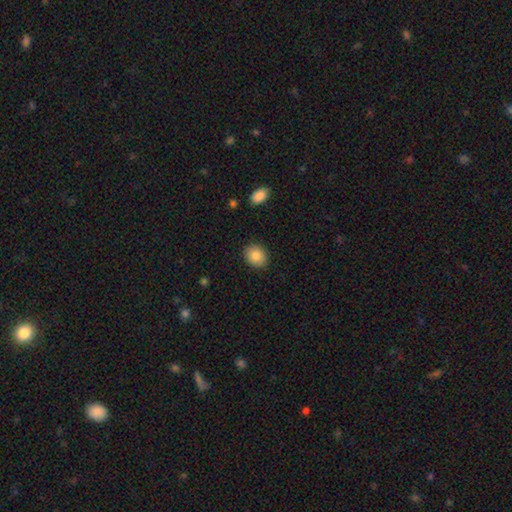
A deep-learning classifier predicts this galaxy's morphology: This is clearly a smooth galaxy (85%). How rounded: possibly round (58%). Merging: clearly none (89%).